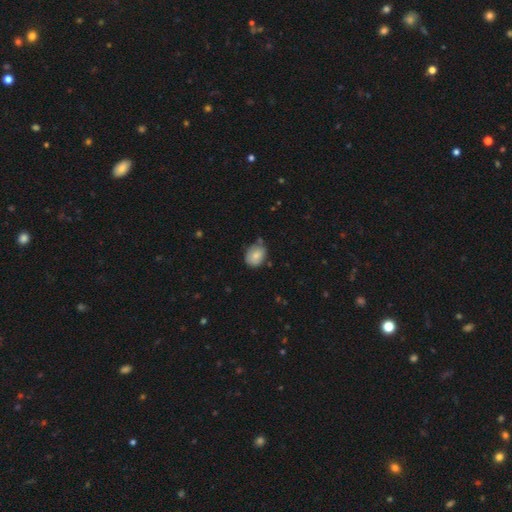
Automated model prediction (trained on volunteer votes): A smooth galaxy with no disk features (76%) that is in between round and cigar-shaped (65%).

Vote fractions:
- Smooth or featured? smooth: 76% / featured or disk: 16% / star or artifact: 7%
- How rounded? in between: 65% / round: 34% / cigar-shaped: 1%
- Merging? none: 61% / minor disturbance: 29% / major disturbance: 5% / merger: 4%